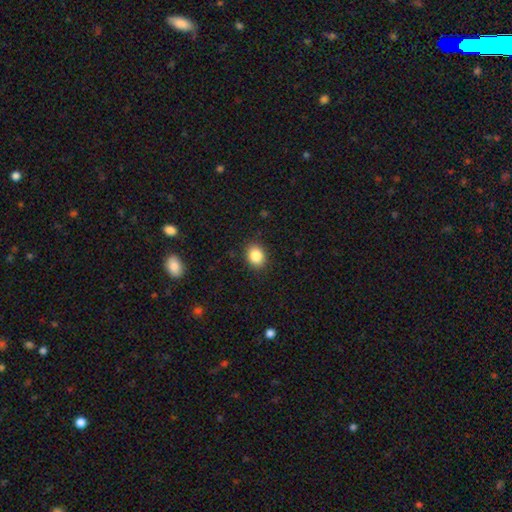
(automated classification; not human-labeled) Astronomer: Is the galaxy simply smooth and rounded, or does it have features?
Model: smooth — 86%.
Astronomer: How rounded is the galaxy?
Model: in between — 50% (runner-up: round, 49%).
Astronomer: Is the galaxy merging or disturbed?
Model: none — 89%.